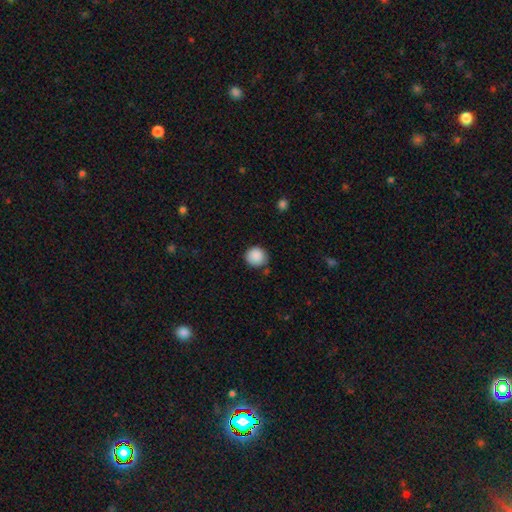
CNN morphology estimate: A smooth galaxy with no disk features (89%) that is round (91%).

Vote fractions:
- Smooth or featured? smooth: 89% / star or artifact: 8% / featured or disk: 3%
- How rounded? round: 91% / in between: 8% / cigar-shaped: 1%
- Merging? none: 82% / minor disturbance: 12% / major disturbance: 3% / merger: 3%